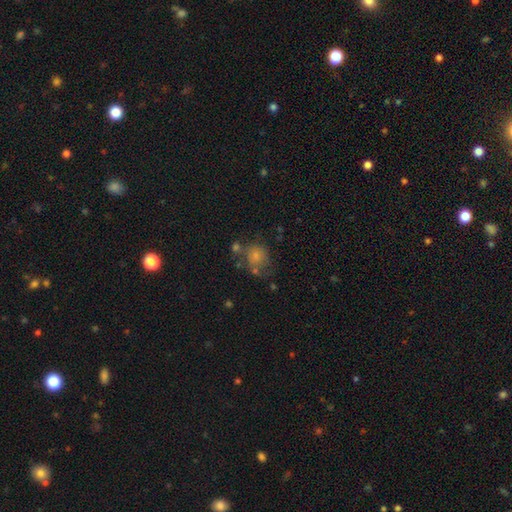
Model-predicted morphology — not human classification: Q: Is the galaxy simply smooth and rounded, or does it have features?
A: smooth — 74%.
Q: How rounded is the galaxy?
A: round — 75%.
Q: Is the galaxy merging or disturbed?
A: none — 50%.